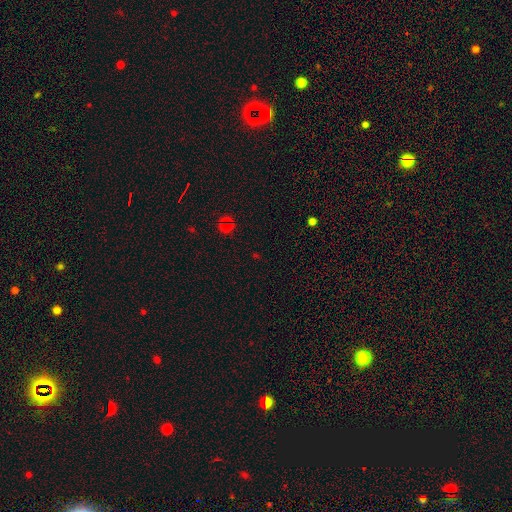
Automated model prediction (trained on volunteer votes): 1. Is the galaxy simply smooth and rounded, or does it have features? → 64% star or artifact, 28% smooth, 8% featured or disk.